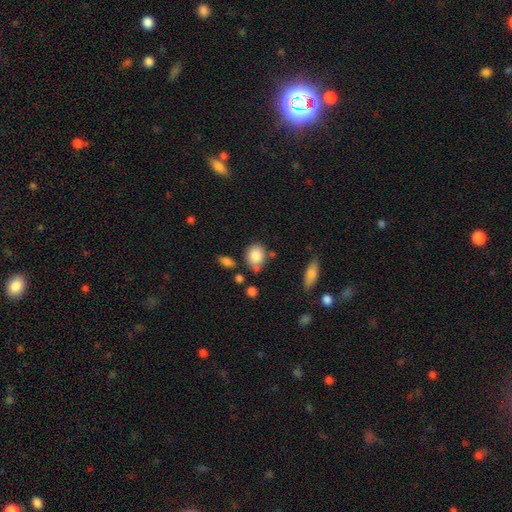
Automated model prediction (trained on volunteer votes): Smooth or featured?
  - smooth: 83% *
  - featured or disk: 9%
  - star or artifact: 8%
How rounded?
  - round: 54% *
  - in between: 44%
  - cigar-shaped: 1%
Merging?
  - none: 61% *
  - minor disturbance: 23%
  - merger: 10%
  - major disturbance: 6%